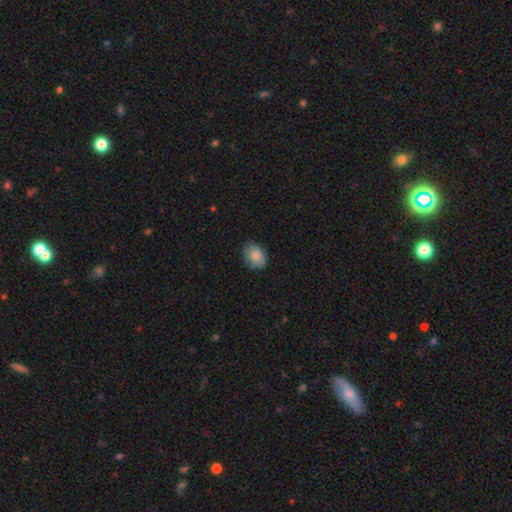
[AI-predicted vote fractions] Q: Smooth or featured?
A: smooth (86%); runner-up: star or artifact (7%)
Q: How rounded?
A: in between (69%); runner-up: round (30%)
Q: Merging?
A: none (74%); runner-up: minor disturbance (21%)